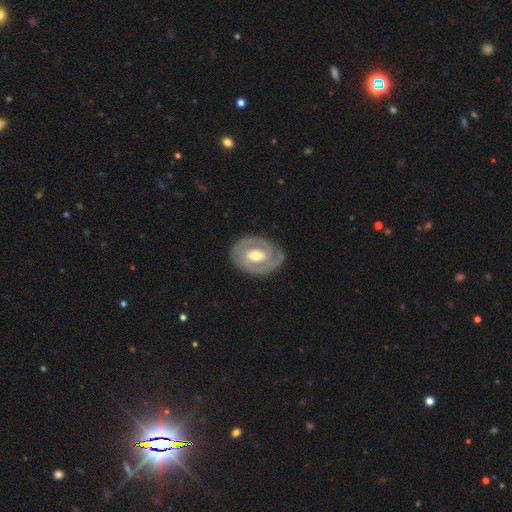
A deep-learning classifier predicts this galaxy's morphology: Smooth or featured: featured or disk — 79% (smooth — 16%)
Edge-on disk: no — 96% (yes — 4%)
Bar: weak — 45% (no — 32%)
Spiral arms: yes — 80% (no — 20%)
Spiral winding: tight — 61% (medium — 30%)
Spiral arm count: 2 — 73% (can't tell — 13%)
Bulge size: moderate — 72% (small — 18%)
Merging: none — 80% (minor disturbance — 14%)